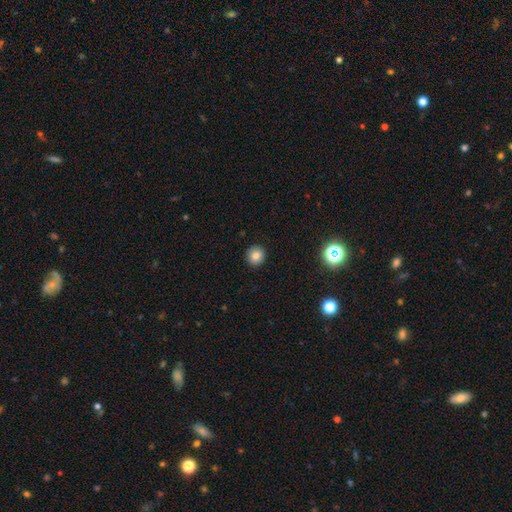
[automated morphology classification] Q: Smooth or featured?
A: smooth (82%); runner-up: star or artifact (11%)
Q: How rounded?
A: round (91%); runner-up: in between (8%)
Q: Merging?
A: none (92%); runner-up: minor disturbance (5%)